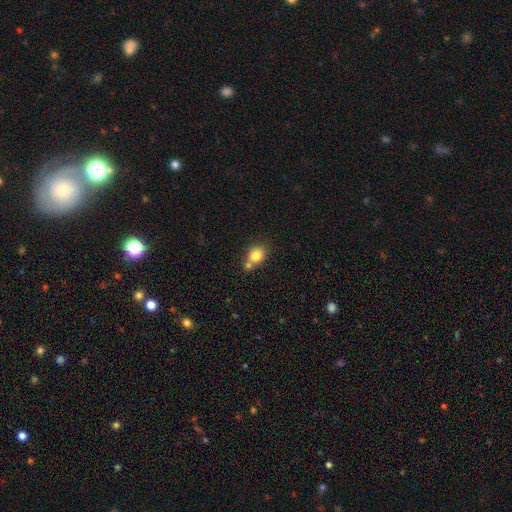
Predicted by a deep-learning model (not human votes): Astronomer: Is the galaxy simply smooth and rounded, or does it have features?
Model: smooth — 82%.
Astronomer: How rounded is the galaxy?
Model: round — 59% (runner-up: in between, 40%).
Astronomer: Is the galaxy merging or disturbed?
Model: none — 53% (runner-up: merger, 32%).